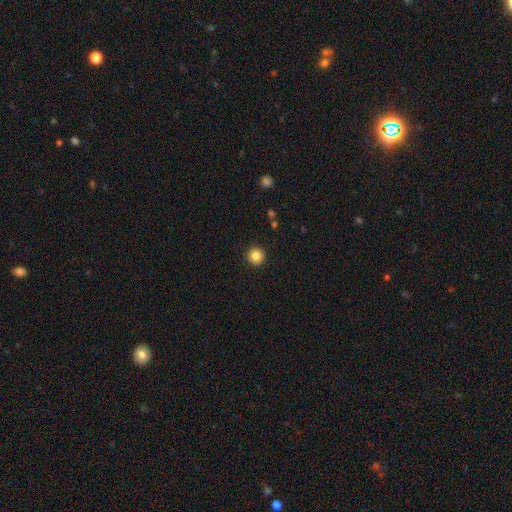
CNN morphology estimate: This appears to be a smooth galaxy with no disk features (86%) that is round (96%). Merging: none (92%).